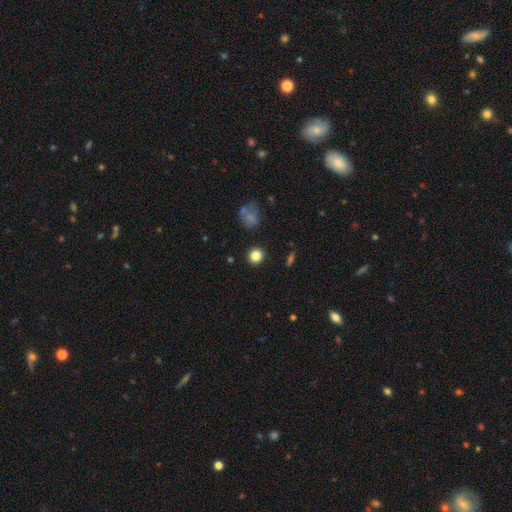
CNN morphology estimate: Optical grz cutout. It shows a smooth galaxy with no disk features (83%) that is round (90%). Merging: none (90%).